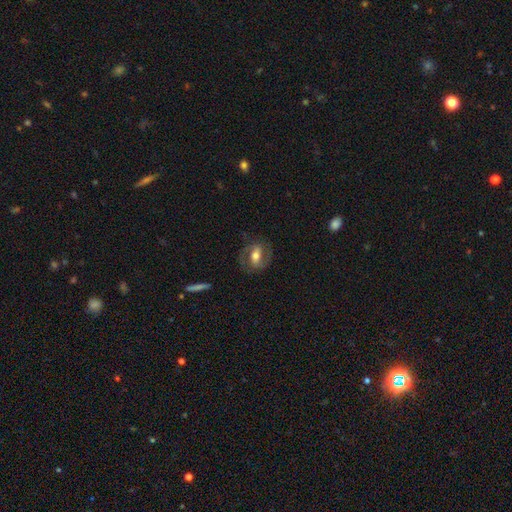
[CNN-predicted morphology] type=featured or disk (68%); edge-on=no (95%); bar=weak (38%); spiral arms=yes (84%); winding=medium (50%); arm count=2 (87%); bulge=moderate (67%); merging=none (76%).